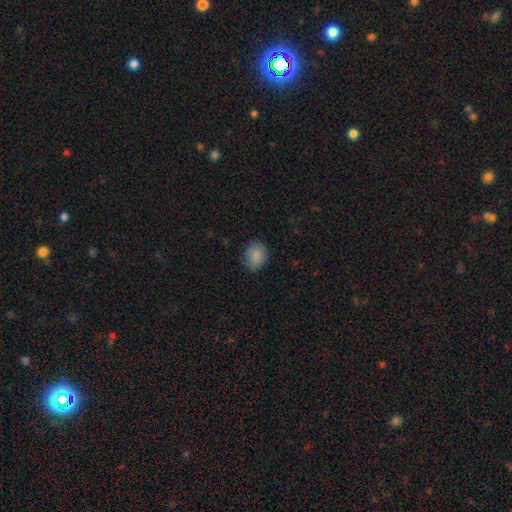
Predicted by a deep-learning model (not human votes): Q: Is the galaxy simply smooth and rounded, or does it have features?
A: smooth — 87%.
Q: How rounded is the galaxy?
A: in between — 50%.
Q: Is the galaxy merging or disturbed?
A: none — 80%.